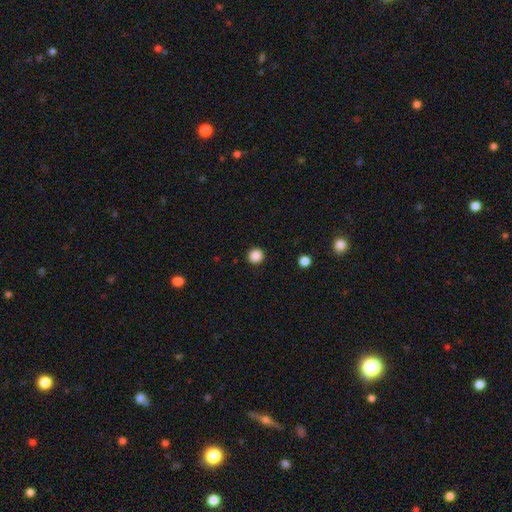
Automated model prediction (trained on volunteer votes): Smooth or featured? smooth (87%)
How rounded? round (94%)
Merging? none (92%)